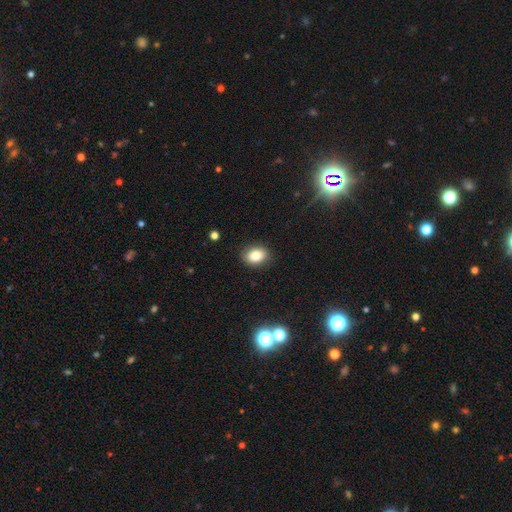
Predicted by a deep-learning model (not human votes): This is clearly a smooth galaxy (82%). How rounded: likely in between (70%). Merging: clearly none (86%).